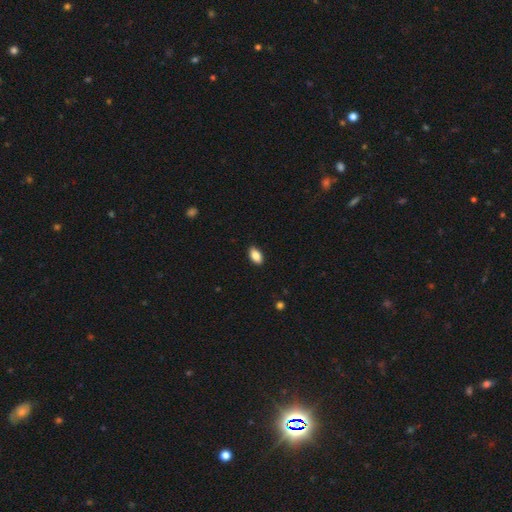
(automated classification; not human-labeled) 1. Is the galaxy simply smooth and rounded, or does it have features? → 86% smooth, 7% star or artifact, 7% featured or disk.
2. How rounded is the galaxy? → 92% in between, 5% round, 3% cigar-shaped.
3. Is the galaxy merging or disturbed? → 89% none, 8% minor disturbance, 2% major disturbance, 1% merger.